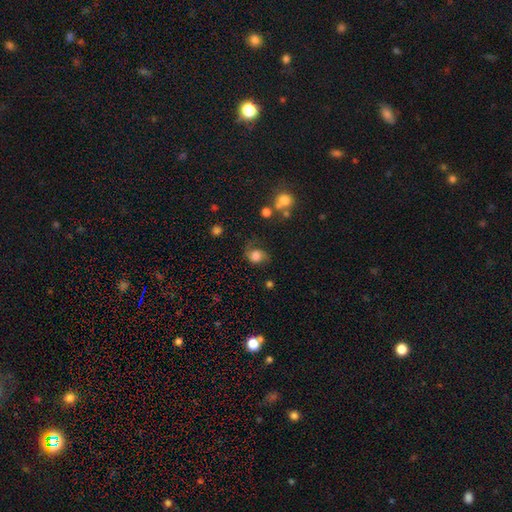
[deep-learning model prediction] smooth 47%, featured or disk 42%, star or artifact 11%. Down the decision tree: merging — none (52%).